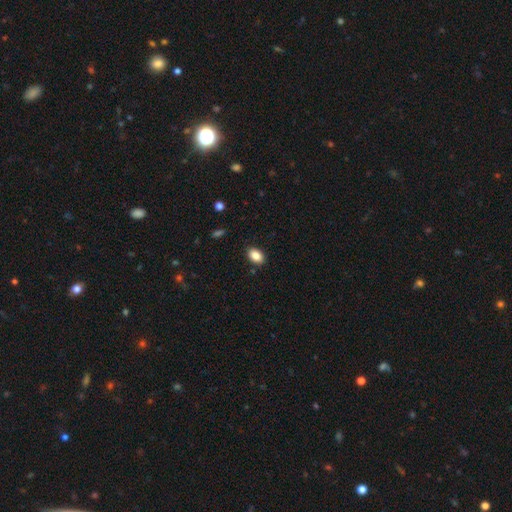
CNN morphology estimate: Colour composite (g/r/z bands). It shows a smooth galaxy with no disk features (86%) that is in between round and cigar-shaped (87%). Merging: none (88%).